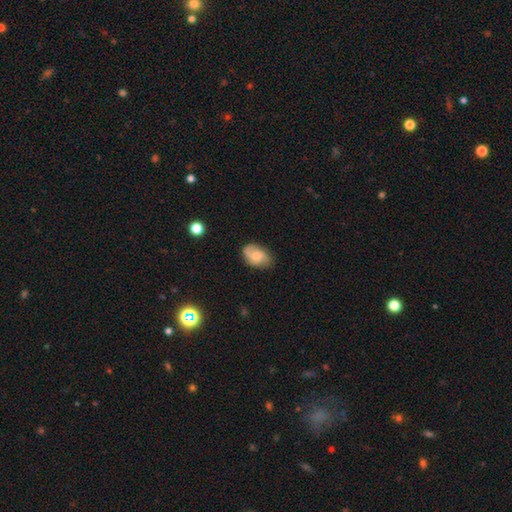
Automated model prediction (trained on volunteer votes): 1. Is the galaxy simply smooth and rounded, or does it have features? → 48% smooth, 44% featured or disk, 8% star or artifact.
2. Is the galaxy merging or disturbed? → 71% none, 22% minor disturbance, 6% major disturbance, 2% merger.